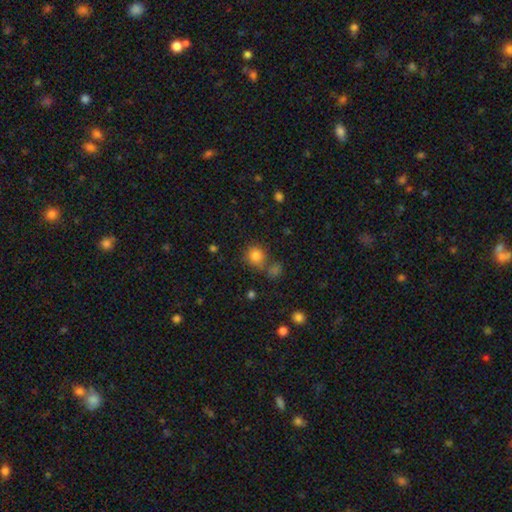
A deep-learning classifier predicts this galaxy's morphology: Smooth or featured?
  - smooth: 81% *
  - star or artifact: 12%
  - featured or disk: 6%
How rounded?
  - round: 84% *
  - in between: 15%
  - cigar-shaped: 1%
Merging?
  - none: 63% *
  - merger: 19%
  - minor disturbance: 13%
  - major disturbance: 5%